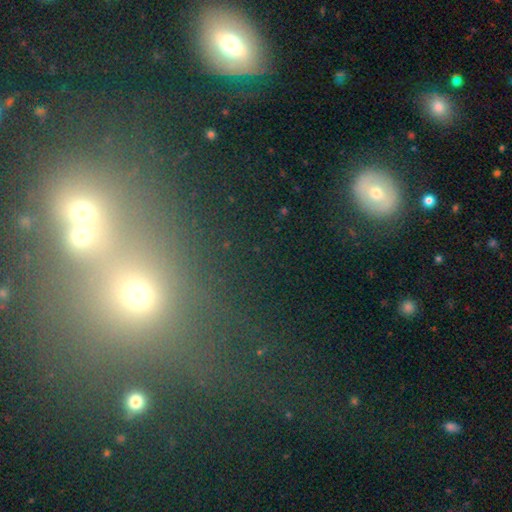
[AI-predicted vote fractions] smooth 44%, star or artifact 37%, featured or disk 19%. Down the decision tree: merging — none (70%).